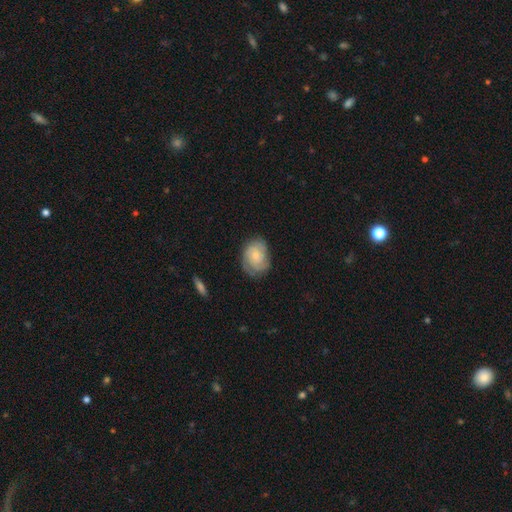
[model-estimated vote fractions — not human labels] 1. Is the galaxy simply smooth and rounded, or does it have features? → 71% featured or disk, 22% smooth, 6% star or artifact.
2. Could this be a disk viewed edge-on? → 98% no, 2% yes.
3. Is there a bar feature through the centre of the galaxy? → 74% no, 23% weak, 3% strong.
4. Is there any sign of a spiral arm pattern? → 94% yes, 6% no.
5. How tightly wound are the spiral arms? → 64% tight, 29% medium, 7% loose.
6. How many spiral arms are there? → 29% 3, 27% can't tell, 25% 2, 9% 4, 5% 1, 5% more than 4.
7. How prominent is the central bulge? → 65% small, 28% moderate, 4% none, 2% large, 1% dominant.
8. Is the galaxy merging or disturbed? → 74% none, 19% minor disturbance, 6% major disturbance, 1% merger.